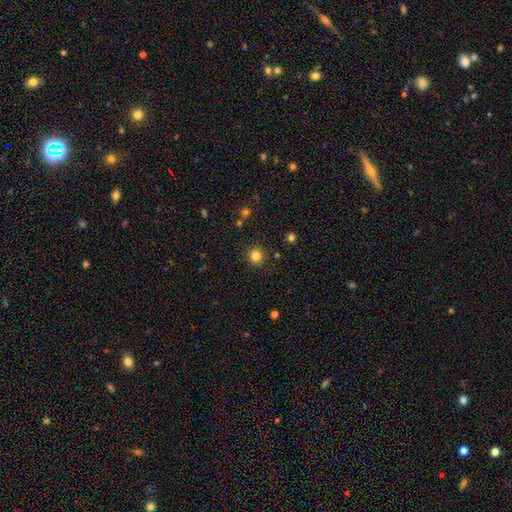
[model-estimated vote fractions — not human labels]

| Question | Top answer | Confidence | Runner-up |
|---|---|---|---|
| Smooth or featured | smooth | 82% | star or artifact (13%) |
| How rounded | round | 92% | in between (7%) |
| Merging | none | 90% | minor disturbance (6%) |